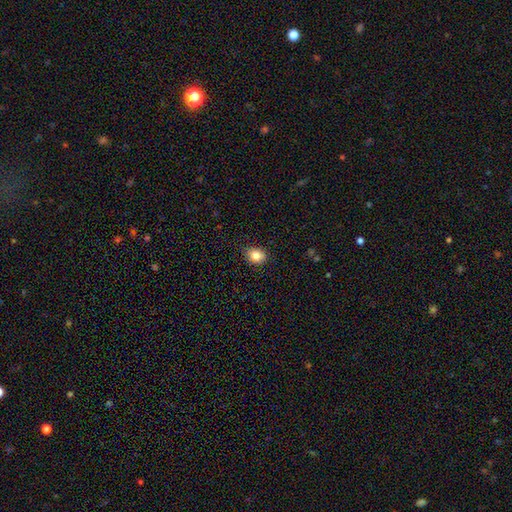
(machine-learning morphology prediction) Smooth or featured? Predicted: smooth (p=0.82). How rounded? Predicted: round (p=0.51). Merging? Predicted: none (p=0.85).